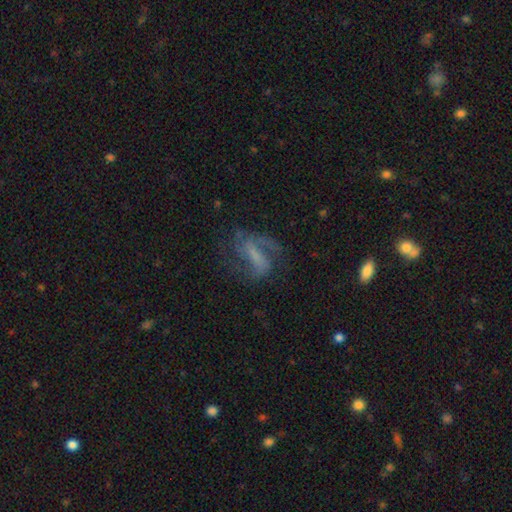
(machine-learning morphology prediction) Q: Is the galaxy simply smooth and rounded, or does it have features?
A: featured or disk — 75%.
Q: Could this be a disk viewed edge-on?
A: no — 95%.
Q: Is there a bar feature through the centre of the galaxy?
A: strong — 43%.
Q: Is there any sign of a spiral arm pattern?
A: yes — 90%.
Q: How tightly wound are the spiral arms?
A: medium — 47%.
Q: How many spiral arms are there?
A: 2 — 72%.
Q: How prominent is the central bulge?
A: none — 46%.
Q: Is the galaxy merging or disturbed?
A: none — 56%.